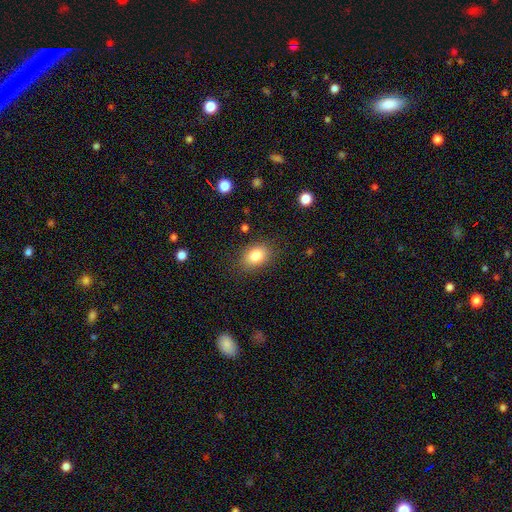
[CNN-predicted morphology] type=smooth (82%); roundness=in between (74%); merging=none (84%).